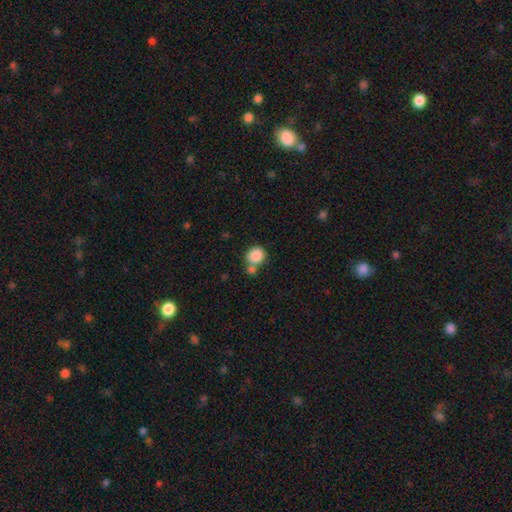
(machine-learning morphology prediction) This is clearly a smooth galaxy (86%). How rounded: clearly round (83%). Merging: possibly none (54%).